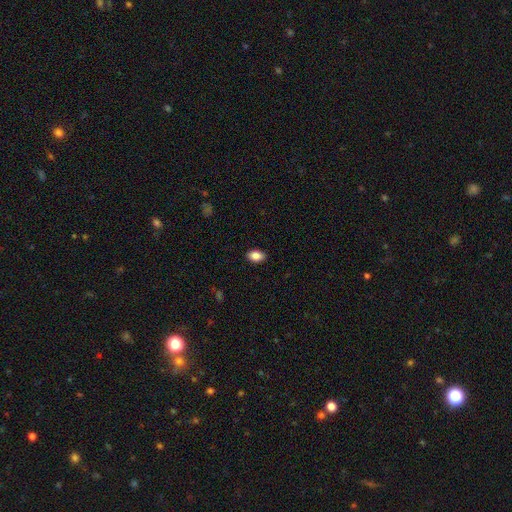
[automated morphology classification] smooth-or-featured: smooth: 87% | star or artifact: 8% | featured or disk: 5%
  how-rounded: in between: 88% | round: 10% | cigar-shaped: 1%
  merging: none: 89% | minor disturbance: 8% | major disturbance: 2% | merger: 1%